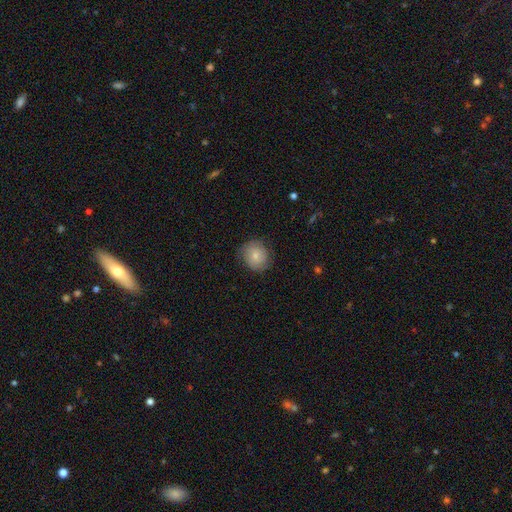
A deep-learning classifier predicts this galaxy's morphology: The model was most divided on "smooth or featured": smooth: 73%, featured or disk: 19%, star or artifact: 8%. More confident: how rounded — round (83%); merging — none (78%).